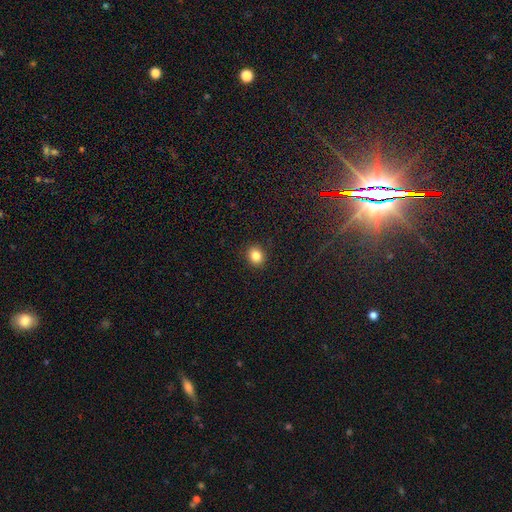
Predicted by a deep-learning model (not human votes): A smooth galaxy with no disk features (84%) that is round (68%). Merging: none (91%).